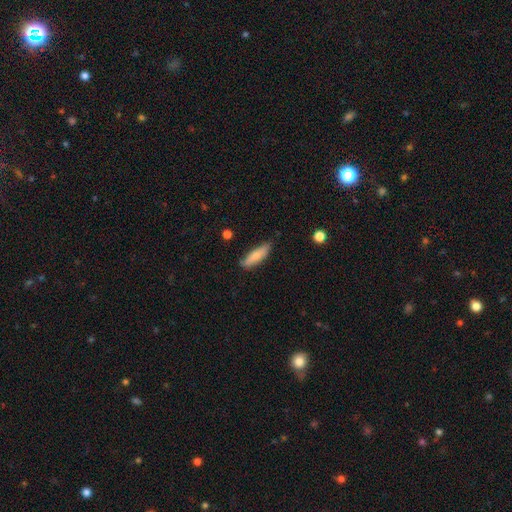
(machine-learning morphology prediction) smooth-or-featured: smooth: 77% | featured or disk: 17% | star or artifact: 6%
  how-rounded: cigar-shaped: 56% | in between: 42% | round: 2%
  merging: none: 78% | minor disturbance: 18% | major disturbance: 3% | merger: 2%